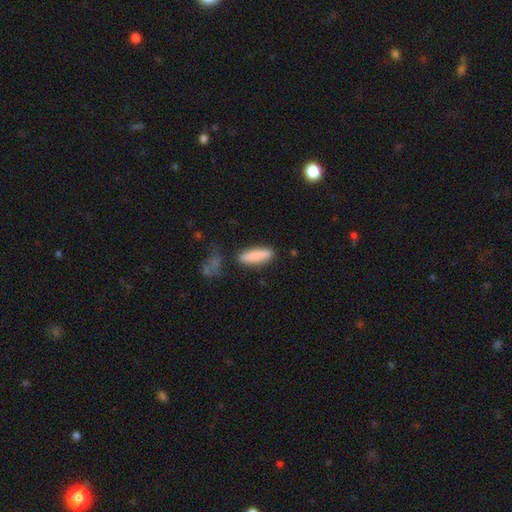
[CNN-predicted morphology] smooth_or_featured: smooth (p=0.84) [alt: featured or disk p=0.10]
how_rounded: cigar-shaped (p=0.61) [alt: in between p=0.37]
merging: none (p=0.81) [alt: minor disturbance p=0.12]